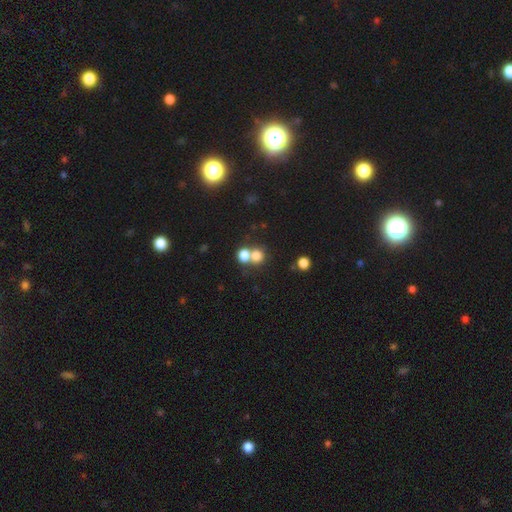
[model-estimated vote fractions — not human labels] Smooth or featured? smooth (75%)
How rounded? round (81%)
Merging? merger (46%)